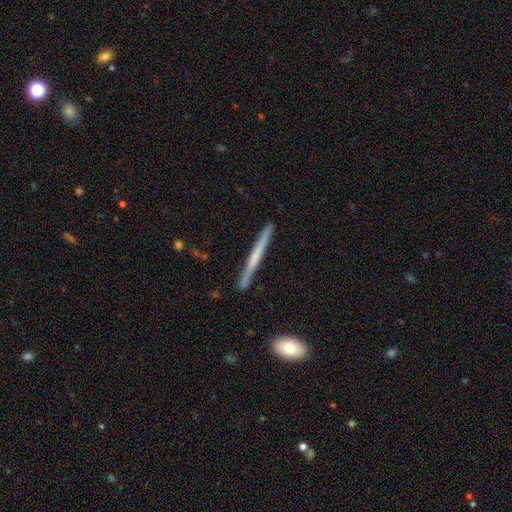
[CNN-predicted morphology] smooth_or_featured: featured or disk (p=0.55) [alt: smooth p=0.40]
disk_edge_on: yes (p=0.98) [alt: no p=0.02]
edge_on_bulge: none (p=0.71) [alt: rounded p=0.21]
merging: none (p=0.91) [alt: minor disturbance p=0.07]